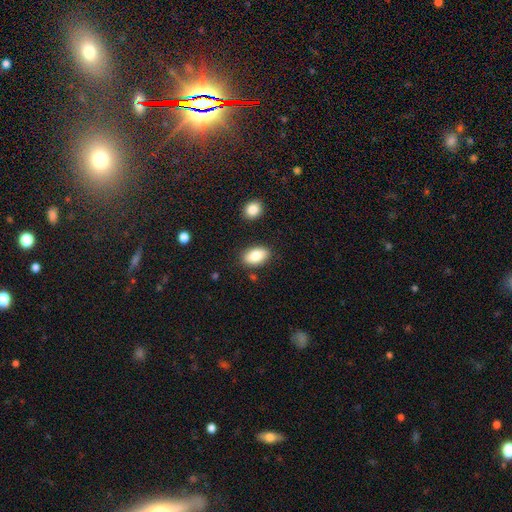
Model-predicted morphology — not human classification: A smooth galaxy with no disk features (85%) that is in between round and cigar-shaped (92%).

Vote fractions:
- Smooth or featured? smooth: 85% / featured or disk: 8% / star or artifact: 7%
- How rounded? in between: 92% / round: 6% / cigar-shaped: 2%
- Merging? none: 84% / minor disturbance: 10% / merger: 4% / major disturbance: 3%